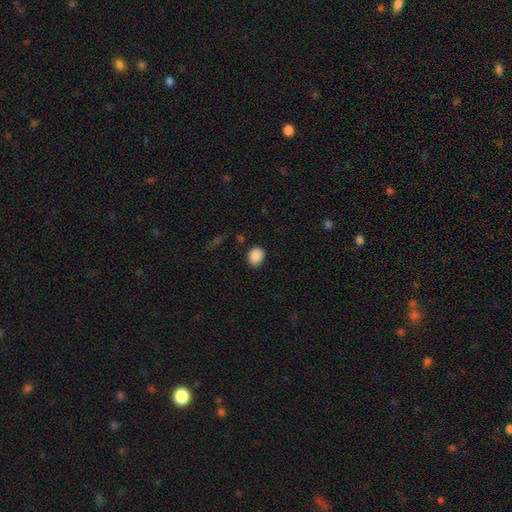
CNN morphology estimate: smooth-or-featured: smooth: 89% | star or artifact: 8% | featured or disk: 3%
  how-rounded: in between: 53% | round: 46% | cigar-shaped: 1%
  merging: none: 84% | minor disturbance: 11% | major disturbance: 3% | merger: 2%